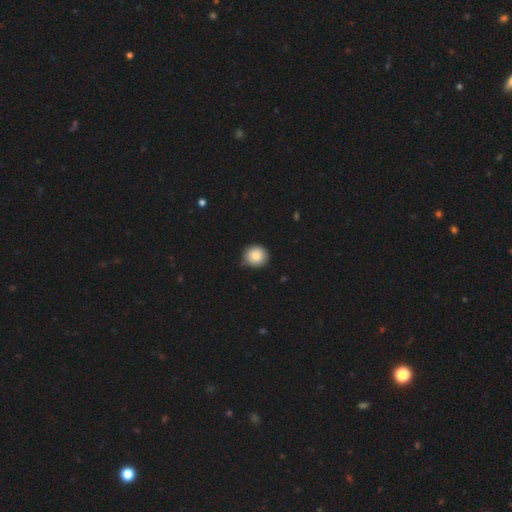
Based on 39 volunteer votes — A smooth galaxy with no disk features (87%) that is round (97%). Merging: none (84%).